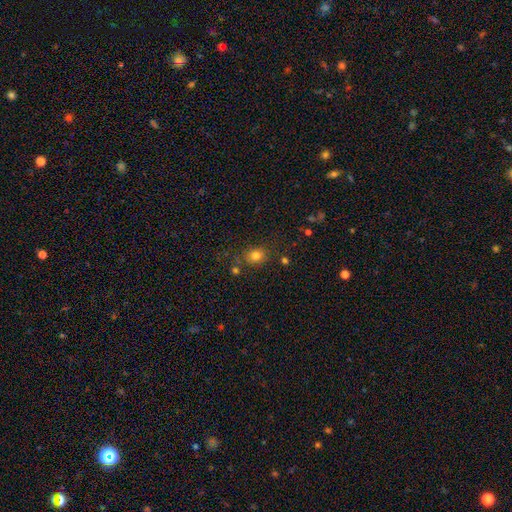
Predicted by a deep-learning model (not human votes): smooth 79%, star or artifact 14%, featured or disk 7%. Down the decision tree: how rounded — round (62%); merging — none (79%).